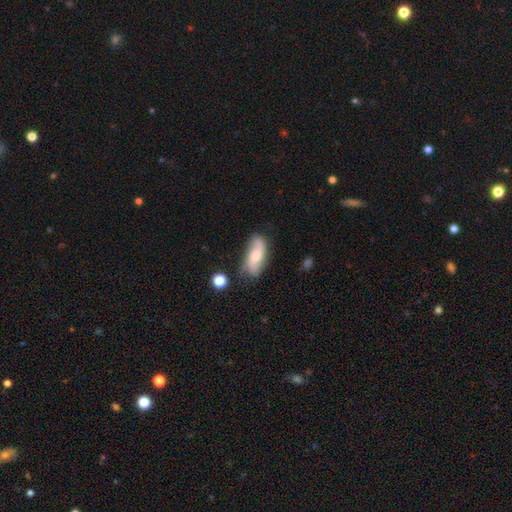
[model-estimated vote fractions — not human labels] Smooth or featured? Predicted: featured or disk (p=0.59). Edge-on disk? Predicted: no (p=0.90). Bar? Predicted: no (p=0.61). Spiral arms? Predicted: yes (p=0.90). Bulge size? Predicted: moderate (p=0.58). Merging? Predicted: none (p=0.72).